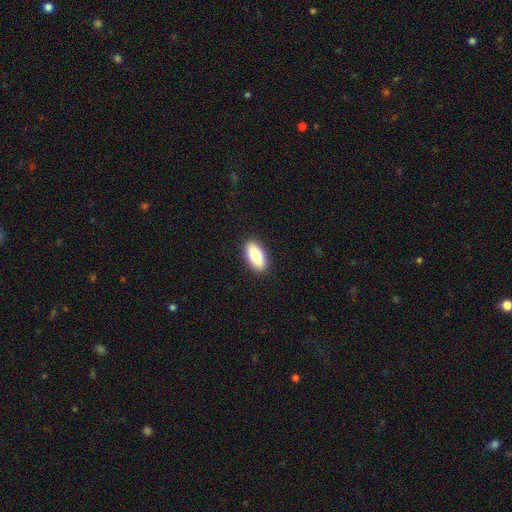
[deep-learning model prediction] smooth_or_featured: smooth (p=0.83) [alt: featured or disk p=0.10]
how_rounded: in between (p=0.87) [alt: cigar-shaped p=0.11]
merging: none (p=0.90) [alt: minor disturbance p=0.07]